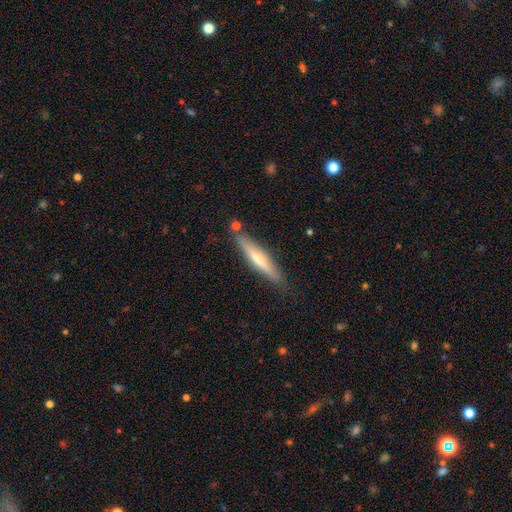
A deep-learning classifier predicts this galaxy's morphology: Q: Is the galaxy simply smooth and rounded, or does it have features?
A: featured or disk — 47%.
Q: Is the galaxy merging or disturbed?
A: none — 84%.